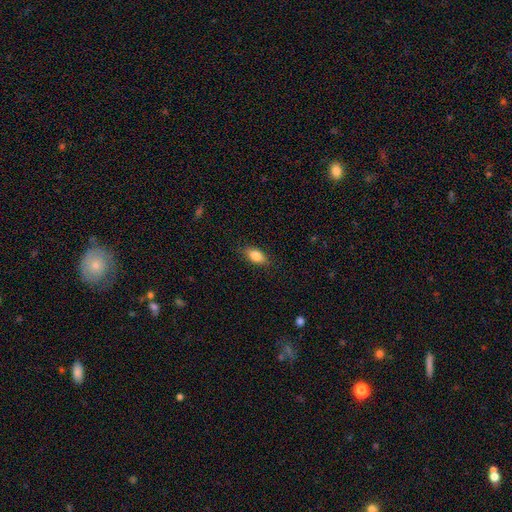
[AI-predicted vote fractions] Smooth or featured? Predicted: smooth (p=0.83). How rounded? Predicted: in between (p=0.86). Merging? Predicted: none (p=0.85).